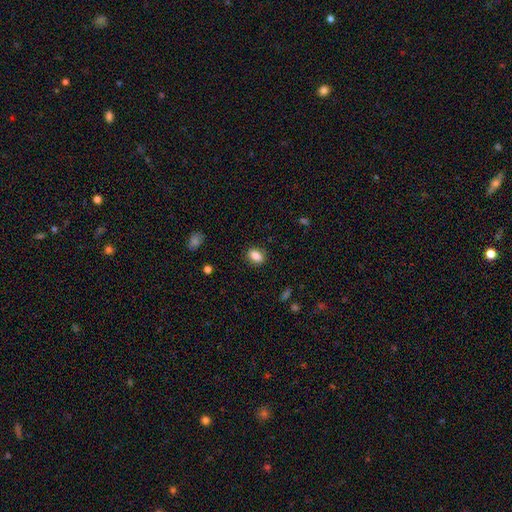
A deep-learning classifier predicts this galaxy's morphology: This is clearly a smooth galaxy (86%). How rounded: likely in between (77%). Merging: clearly none (86%).